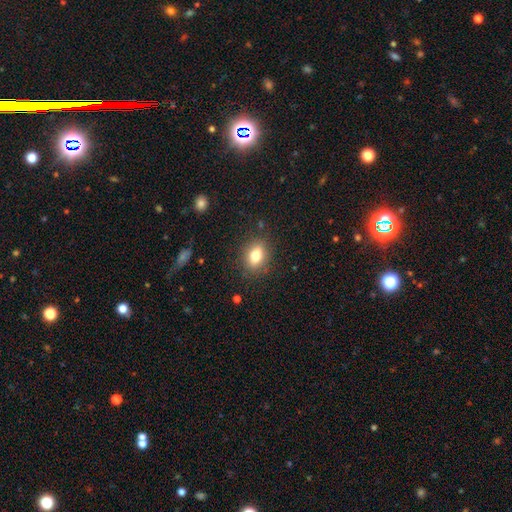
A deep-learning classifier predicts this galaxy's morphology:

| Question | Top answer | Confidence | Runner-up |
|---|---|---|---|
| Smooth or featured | smooth | 78% | featured or disk (12%) |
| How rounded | in between | 68% | round (30%) |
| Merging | none | 85% | minor disturbance (10%) |